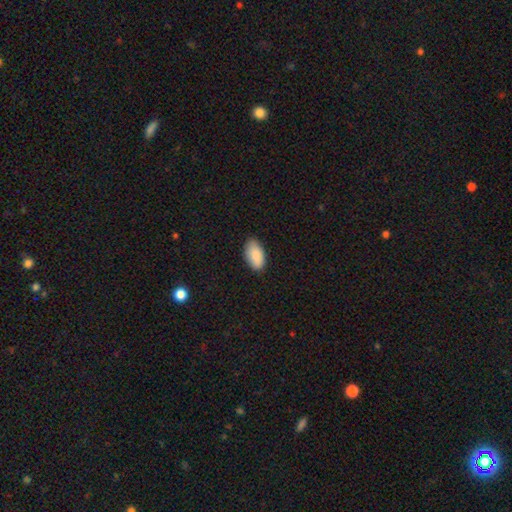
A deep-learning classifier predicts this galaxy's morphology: Overall: smooth (89%). How rounded: in between (95%). Merging: none (80%).